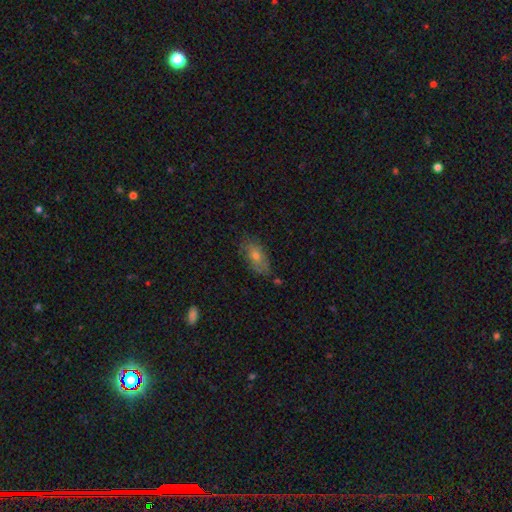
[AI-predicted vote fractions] Smooth or featured?
  - smooth: 60% *
  - featured or disk: 29%
  - star or artifact: 11%
How rounded?
  - in between: 83% *
  - cigar-shaped: 10%
  - round: 6%
Merging?
  - none: 74% *
  - minor disturbance: 19%
  - major disturbance: 4%
  - merger: 3%